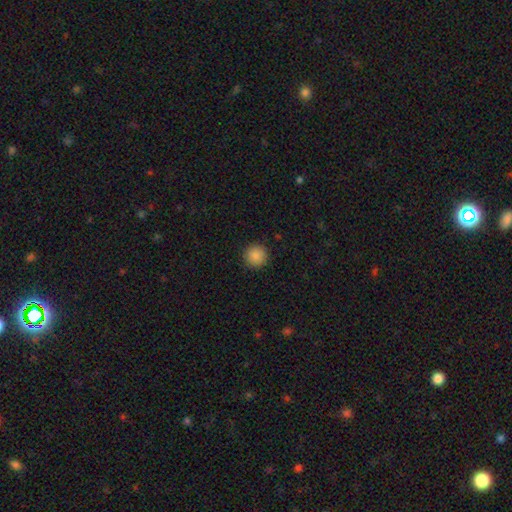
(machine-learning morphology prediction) type=smooth (88%); roundness=round (95%); merging=none (92%).